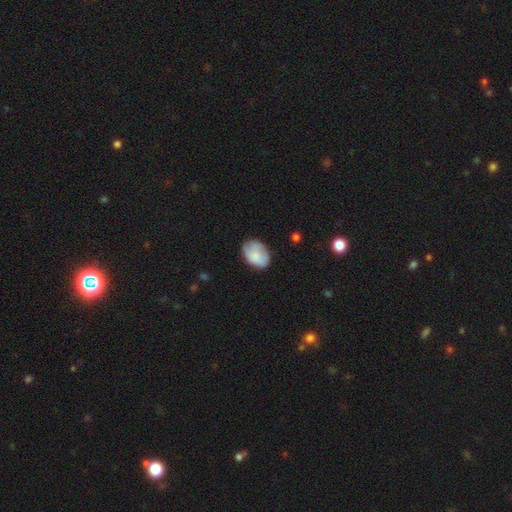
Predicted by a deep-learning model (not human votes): smooth 78%, featured or disk 15%, star or artifact 7%. Down the decision tree: how rounded — in between (81%); merging — none (68%).